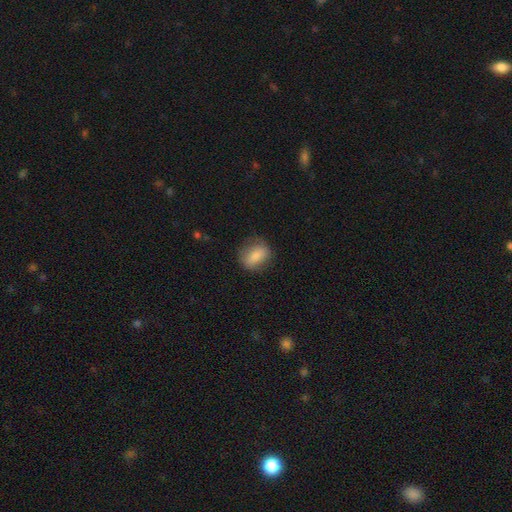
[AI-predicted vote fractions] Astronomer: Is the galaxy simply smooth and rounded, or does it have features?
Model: smooth — 77%.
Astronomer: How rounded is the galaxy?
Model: in between — 61% (runner-up: round, 37%).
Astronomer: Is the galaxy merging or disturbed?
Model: none — 71%.